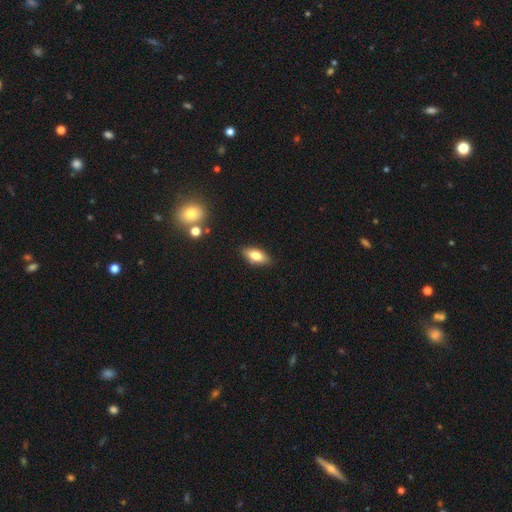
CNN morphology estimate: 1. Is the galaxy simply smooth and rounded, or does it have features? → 75% smooth, 17% featured or disk, 8% star or artifact.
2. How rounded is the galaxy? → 85% in between, 12% cigar-shaped, 4% round.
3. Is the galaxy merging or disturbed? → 85% none, 11% minor disturbance, 2% major disturbance, 2% merger.